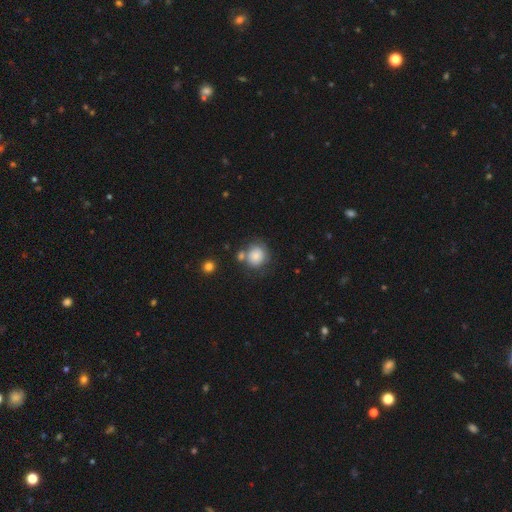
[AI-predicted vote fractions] A smooth galaxy with no disk features (76%) that is round (82%). Merging: none (57%).